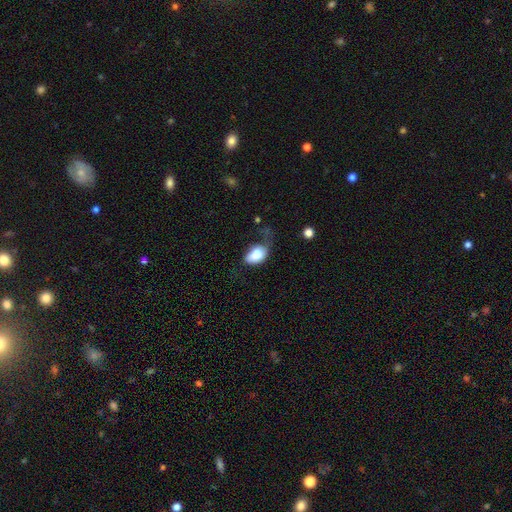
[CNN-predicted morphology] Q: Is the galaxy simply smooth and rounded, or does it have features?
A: smooth — 81%.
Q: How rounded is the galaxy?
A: in between — 88%.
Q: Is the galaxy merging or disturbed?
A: minor disturbance — 34%.